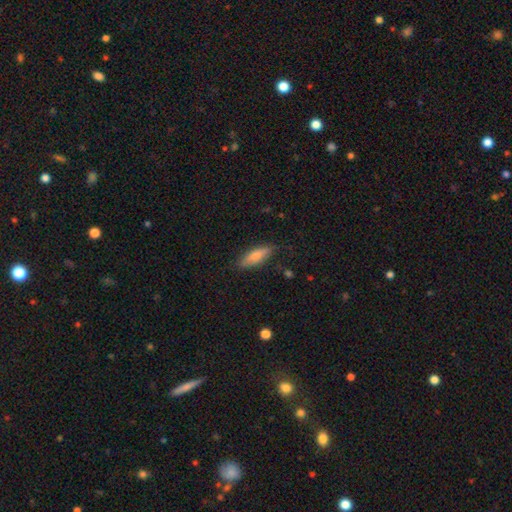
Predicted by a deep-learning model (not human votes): This is likely a smooth galaxy (72%). How rounded: possibly cigar-shaped (57%). Merging: clearly none (82%).